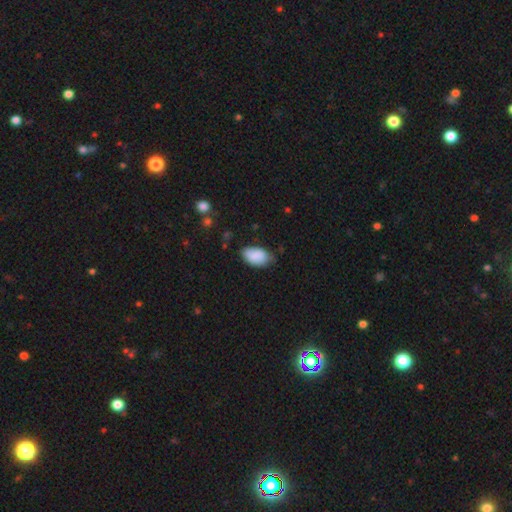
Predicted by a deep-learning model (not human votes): Smooth or featured: smooth — 88% (star or artifact — 7%)
How rounded: in between — 93% (round — 5%)
Merging: none — 66% (minor disturbance — 28%)